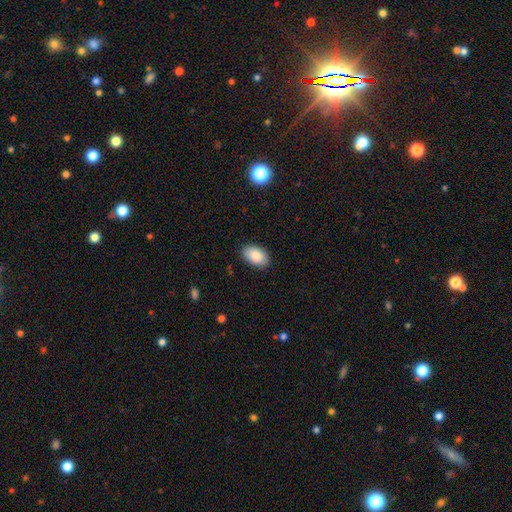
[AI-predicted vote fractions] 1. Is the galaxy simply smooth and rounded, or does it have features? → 88% smooth, 7% star or artifact, 5% featured or disk.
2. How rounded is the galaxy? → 93% in between, 6% round, 1% cigar-shaped.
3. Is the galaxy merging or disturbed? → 86% none, 11% minor disturbance, 2% major disturbance, 1% merger.